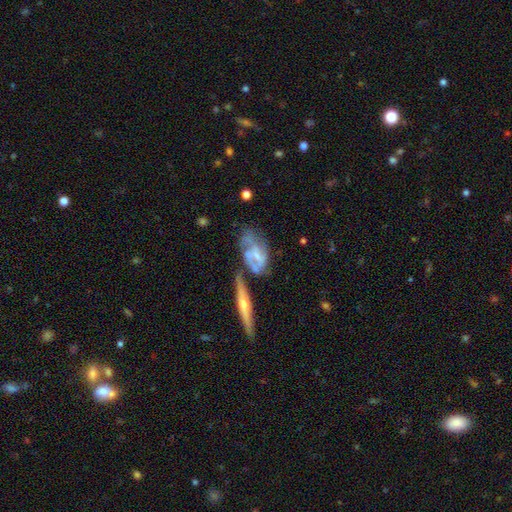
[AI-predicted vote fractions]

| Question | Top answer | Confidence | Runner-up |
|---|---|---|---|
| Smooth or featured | featured or disk | 71% | smooth (22%) |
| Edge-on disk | no | 87% | yes (13%) |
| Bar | no | 50% | weak (37%) |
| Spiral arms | yes | 72% | no (28%) |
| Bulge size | small | 47% | moderate (25%) |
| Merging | none | 37% | merger (22%) |